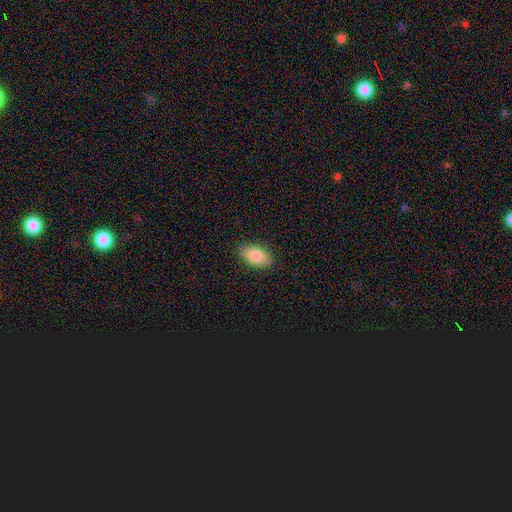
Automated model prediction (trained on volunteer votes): This appears to be a smooth galaxy with no disk features (86%) that is in between round and cigar-shaped (93%). Merging: none (86%).